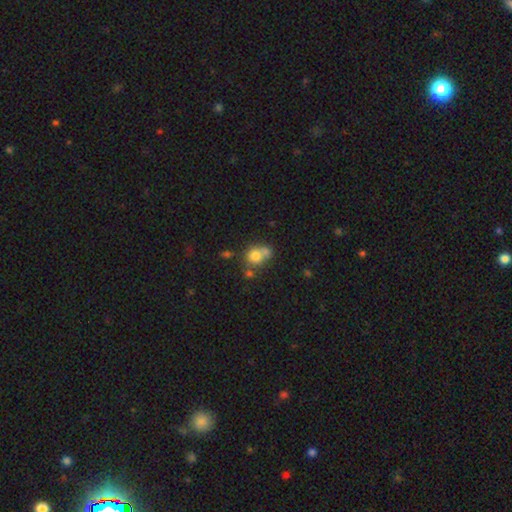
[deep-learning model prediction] This appears to be a smooth galaxy with no disk features (74%) that is round (71%). Merging: merger (41%).